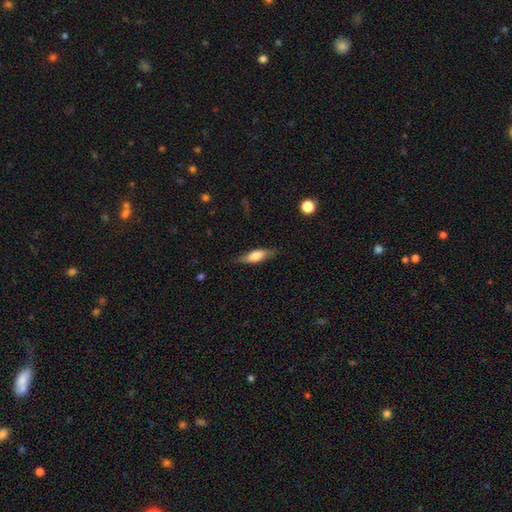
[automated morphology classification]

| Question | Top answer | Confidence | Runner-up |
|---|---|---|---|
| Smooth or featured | smooth | 61% | featured or disk (33%) |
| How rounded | in between | 56% | cigar-shaped (42%) |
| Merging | none | 77% | minor disturbance (18%) |